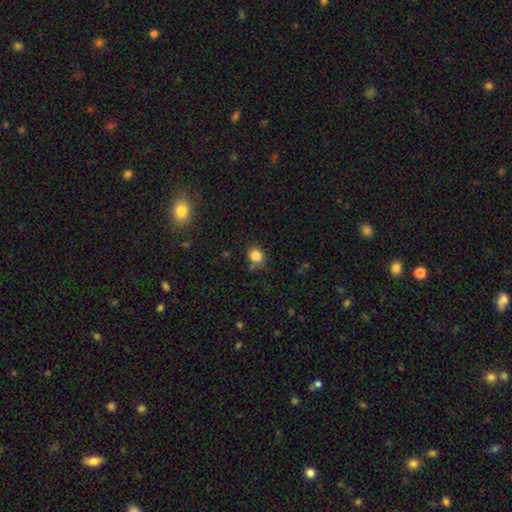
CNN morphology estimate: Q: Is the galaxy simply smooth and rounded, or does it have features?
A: smooth — 85%.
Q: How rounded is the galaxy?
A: round — 62%.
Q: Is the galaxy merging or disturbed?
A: none — 74%.